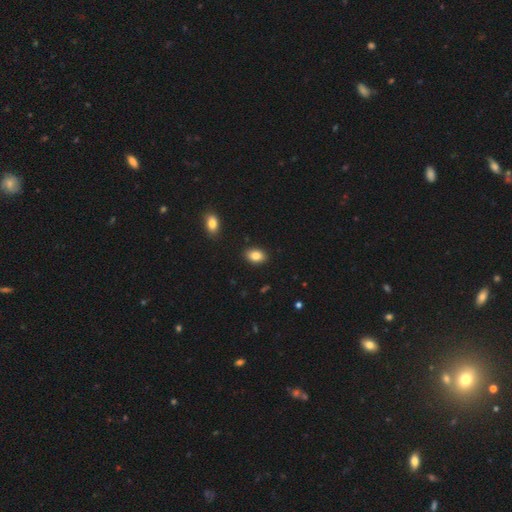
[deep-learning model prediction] Q: Smooth or featured?
A: smooth (84%); runner-up: star or artifact (8%)
Q: How rounded?
A: in between (84%); runner-up: round (15%)
Q: Merging?
A: none (89%); runner-up: minor disturbance (8%)